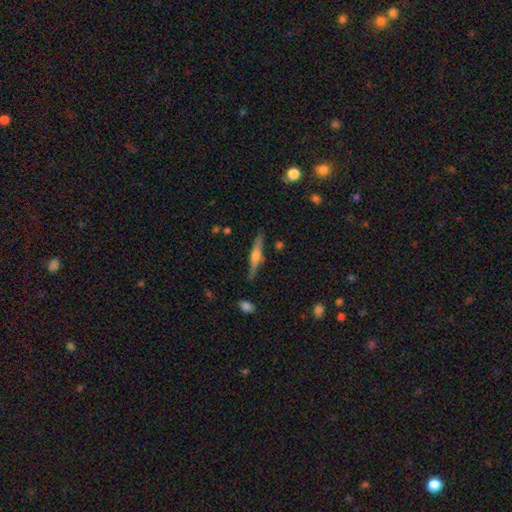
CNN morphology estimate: Smooth or featured? Predicted: featured or disk (p=0.61). Edge-on disk? Predicted: yes (p=0.96). Edge-on bulge? Predicted: rounded (p=0.83). Merging? Predicted: none (p=0.83).